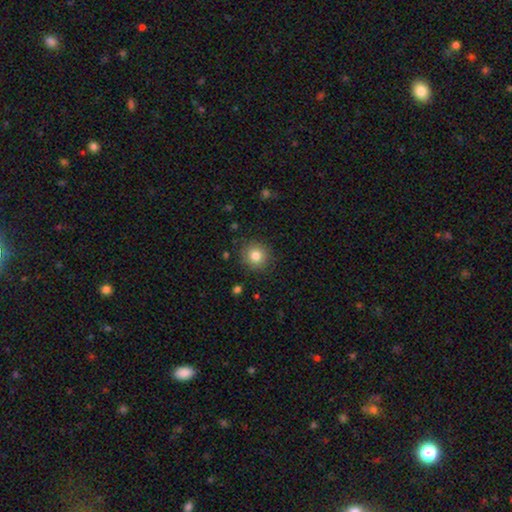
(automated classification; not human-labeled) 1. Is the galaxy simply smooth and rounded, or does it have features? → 82% smooth, 11% star or artifact, 7% featured or disk.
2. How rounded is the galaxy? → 91% round, 9% in between, 1% cigar-shaped.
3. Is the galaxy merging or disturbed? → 88% none, 8% minor disturbance, 3% major disturbance, 1% merger.